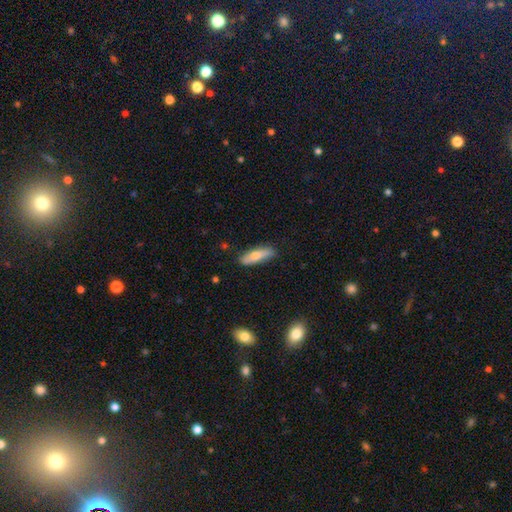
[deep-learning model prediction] A smooth galaxy with no disk features (72%) that is cigar-shaped (59%). Merging: none (79%).